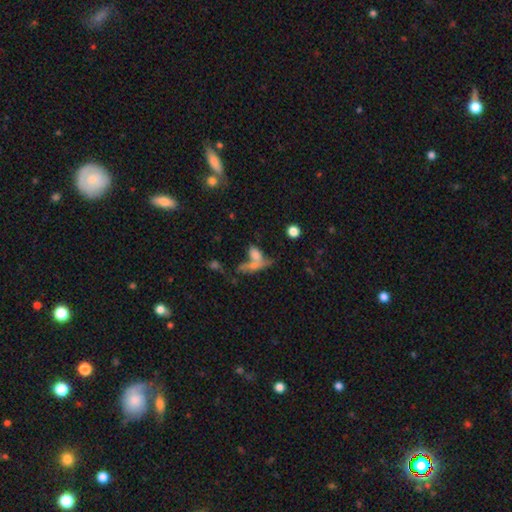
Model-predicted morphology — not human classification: Q: Smooth or featured?
A: smooth (66%); runner-up: featured or disk (21%)
Q: How rounded?
A: in between (69%); runner-up: cigar-shaped (19%)
Q: Merging?
A: merger (51%); runner-up: none (27%)